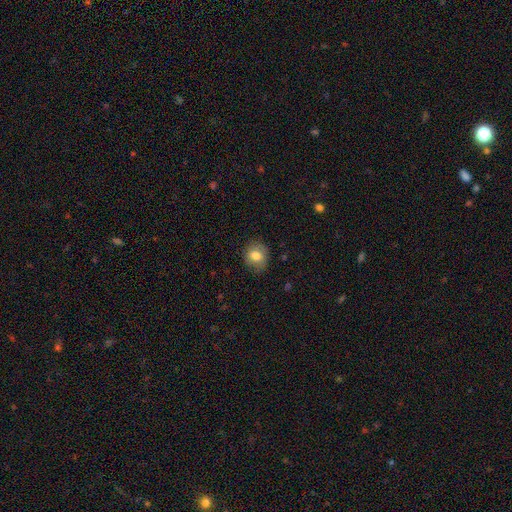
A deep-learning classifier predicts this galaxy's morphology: The model was most divided on "how rounded": round: 68%, in between: 31%, cigar-shaped: 1%. More confident: merging — none (78%); smooth or featured — smooth (78%).